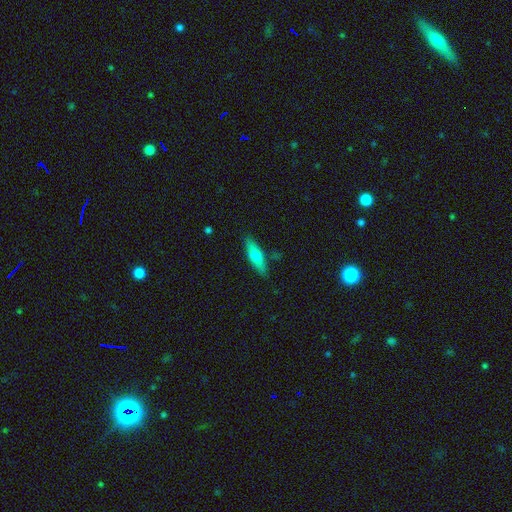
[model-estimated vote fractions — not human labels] The model was most divided on "smooth or featured": smooth: 57%, featured or disk: 37%, star or artifact: 6%. More confident: merging — none (85%); how rounded — cigar-shaped (63%).